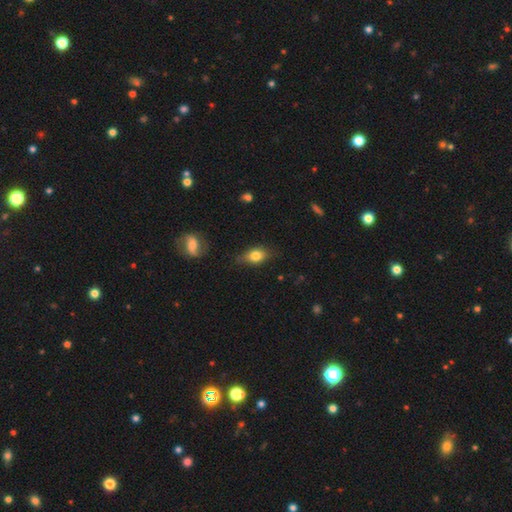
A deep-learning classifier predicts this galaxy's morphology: smooth_or_featured: smooth (p=0.76) [alt: featured or disk p=0.16]
how_rounded: in between (p=0.76) [alt: round p=0.19]
merging: none (p=0.67) [alt: minor disturbance p=0.26]